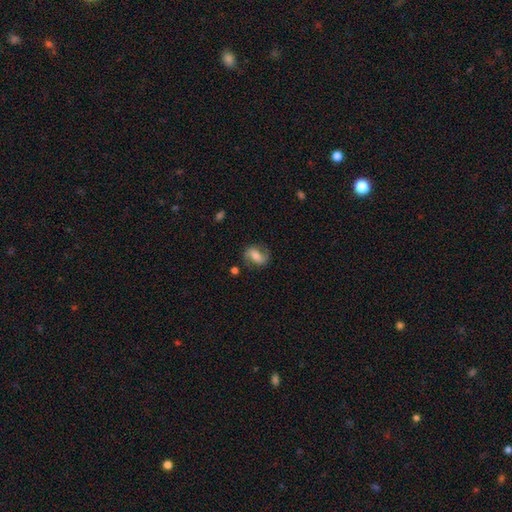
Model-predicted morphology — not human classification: This appears to be a featured or disk galaxy (52%). Merging: none (71%).